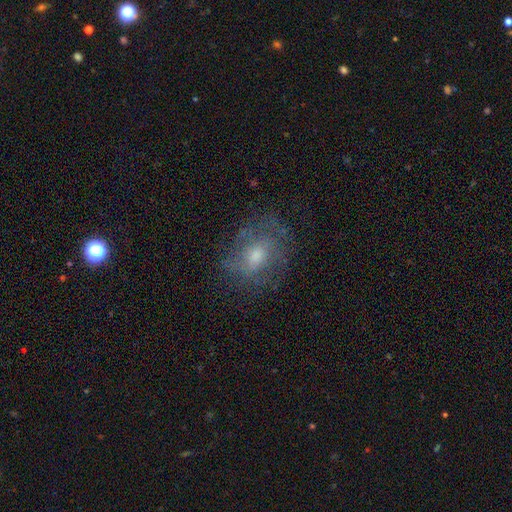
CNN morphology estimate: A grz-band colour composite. It shows a featured or disk galaxy (53%) with no bar (65%), spiral arms (62%) and a moderate central bulge (56%). Merging: none (63%).